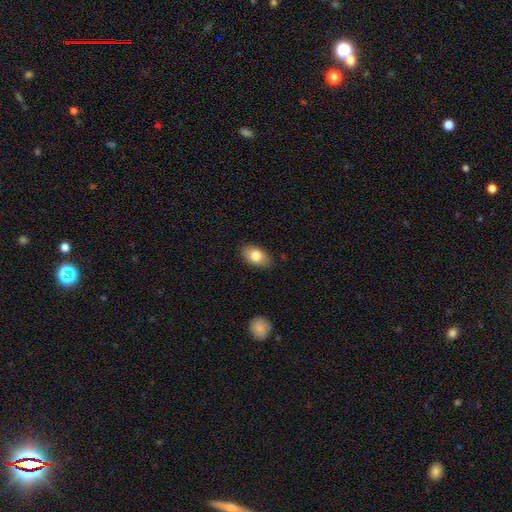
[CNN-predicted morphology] type=smooth (81%); roundness=in between (91%); merging=none (85%).